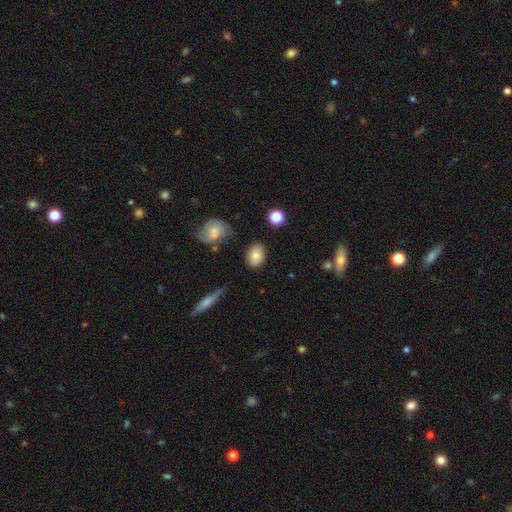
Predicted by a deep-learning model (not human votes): A smooth galaxy with no disk features (81%) that is in between round and cigar-shaped (72%).

Vote fractions:
- Smooth or featured? smooth: 81% / featured or disk: 10% / star or artifact: 9%
- How rounded? in between: 72% / round: 26% / cigar-shaped: 1%
- Merging? none: 77% / minor disturbance: 15% / major disturbance: 4% / merger: 3%